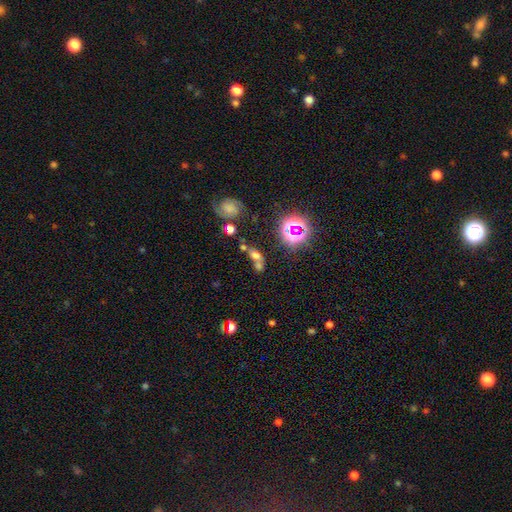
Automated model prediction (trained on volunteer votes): Overall: smooth (54%; star or artifact 26%). How rounded: in between (63%; round 28%). Merging: merger (51%; none 32%).